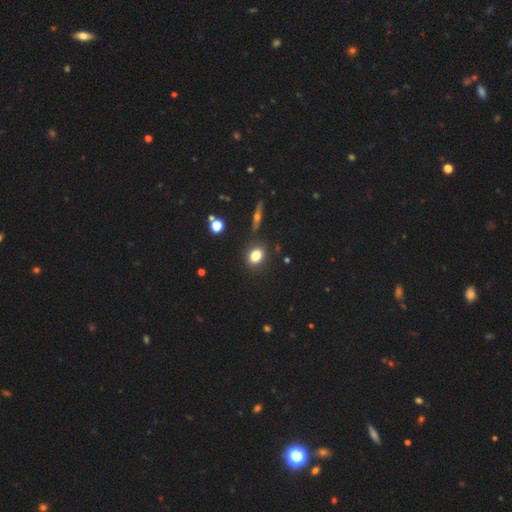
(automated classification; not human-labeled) Overall: smooth (79%). How rounded: in between (59%; round 38%). Merging: none (84%).